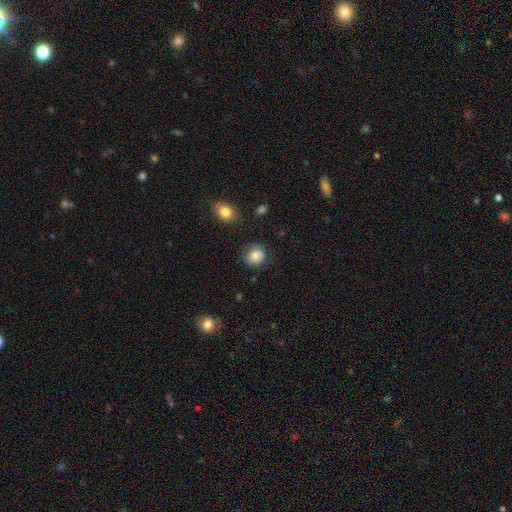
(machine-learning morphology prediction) This is clearly a smooth galaxy (83%). How rounded: likely round (80%). Merging: likely none (74%).